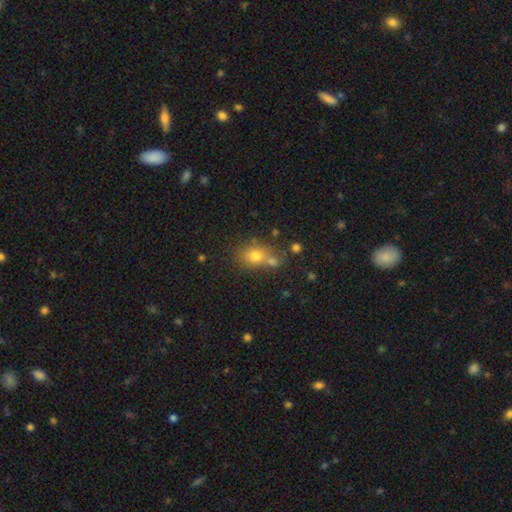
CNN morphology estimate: smooth 75%, star or artifact 13%, featured or disk 12%. Down the decision tree: how rounded — round (52%); merging — none (48%).